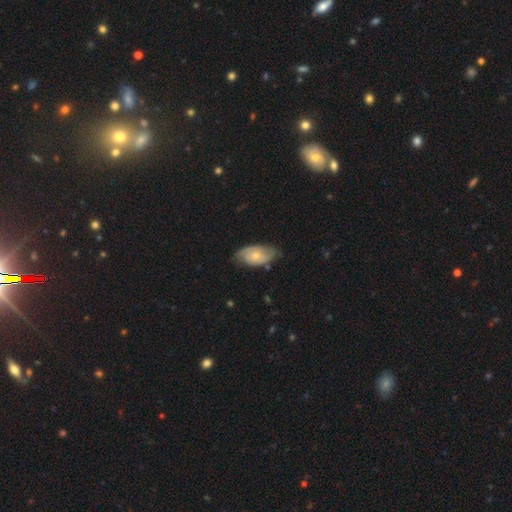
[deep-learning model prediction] Overall: smooth (50%; featured or disk 45%). Merging: none (65%; minor disturbance 28%).